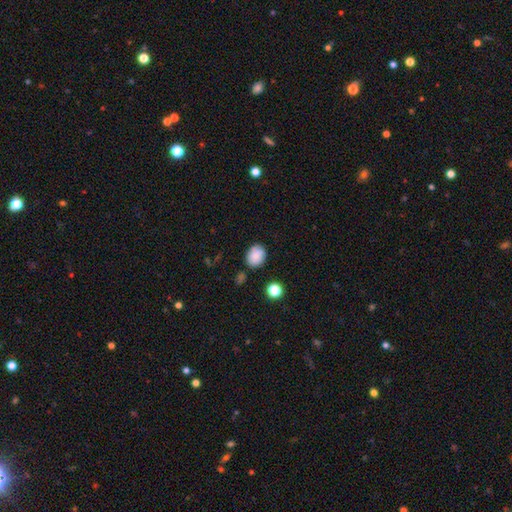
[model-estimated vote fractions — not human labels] Q: Smooth or featured?
A: smooth (84%); runner-up: star or artifact (9%)
Q: How rounded?
A: in between (55%); runner-up: round (44%)
Q: Merging?
A: none (76%); runner-up: minor disturbance (16%)